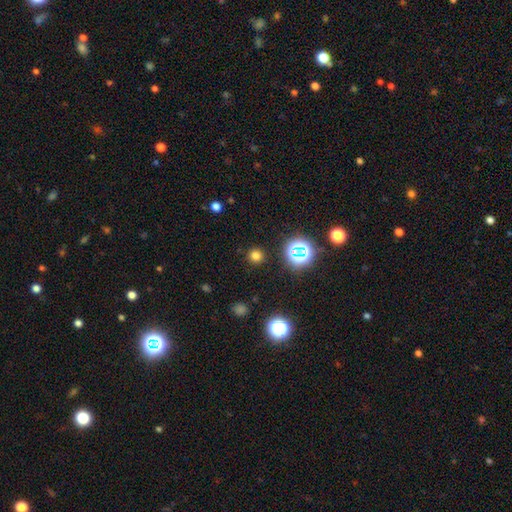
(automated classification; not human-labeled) Smooth or featured?
  - smooth: 72% *
  - star or artifact: 23%
  - featured or disk: 5%
How rounded?
  - round: 93% *
  - in between: 6%
  - cigar-shaped: 1%
Merging?
  - none: 90% *
  - minor disturbance: 6%
  - major disturbance: 3%
  - merger: 2%